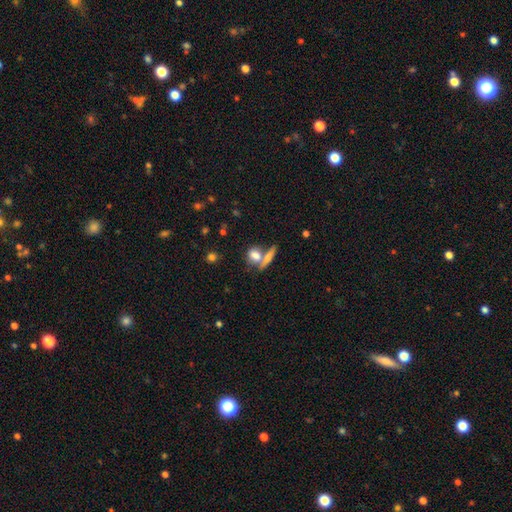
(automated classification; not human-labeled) Smooth or featured: smooth — 73% (featured or disk — 18%)
How rounded: in between — 50% (round — 33%)
Merging: none — 45% (merger — 40%)